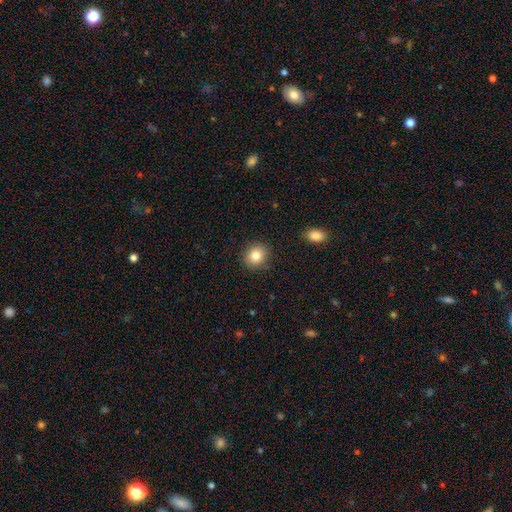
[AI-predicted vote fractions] This is clearly a smooth galaxy (83%). How rounded: likely round (75%). Merging: clearly none (89%).